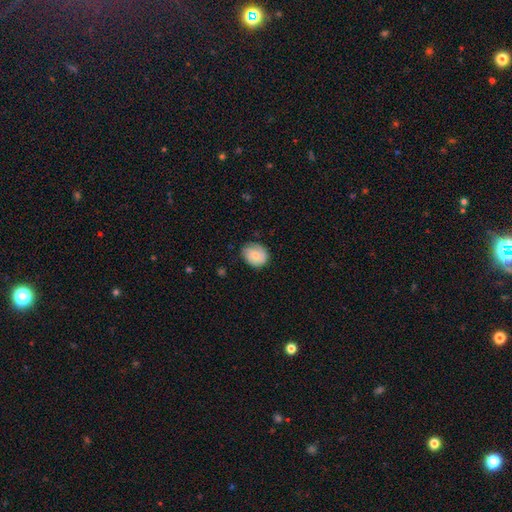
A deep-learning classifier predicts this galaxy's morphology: Smooth or featured? smooth (69%)
How rounded? round (58%)
Merging? none (71%)